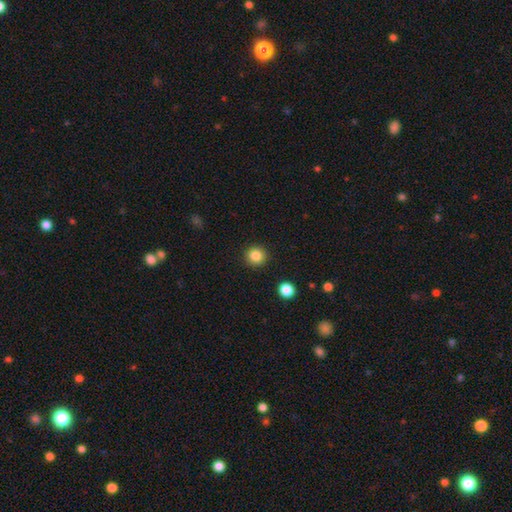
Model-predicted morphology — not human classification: Smooth or featured? Predicted: smooth (p=0.84). How rounded? Predicted: round (p=0.94). Merging? Predicted: none (p=0.92).